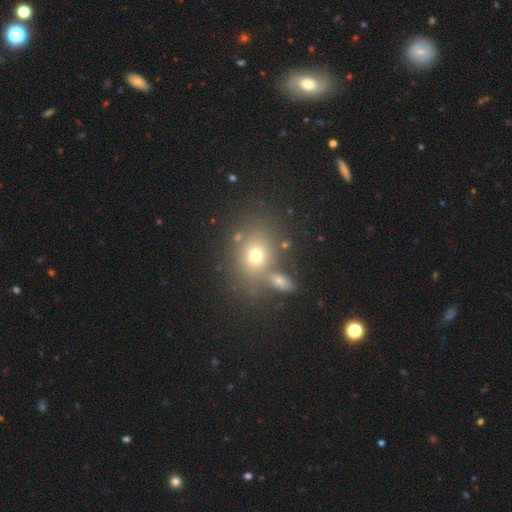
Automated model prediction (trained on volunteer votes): smooth-or-featured: smooth: 67% | star or artifact: 17% | featured or disk: 16%
  how-rounded: in between: 49% (tied) | round: 49% (tied) | cigar-shaped: 1%
  merging: none: 62% | merger: 22% | minor disturbance: 11% | major disturbance: 6%